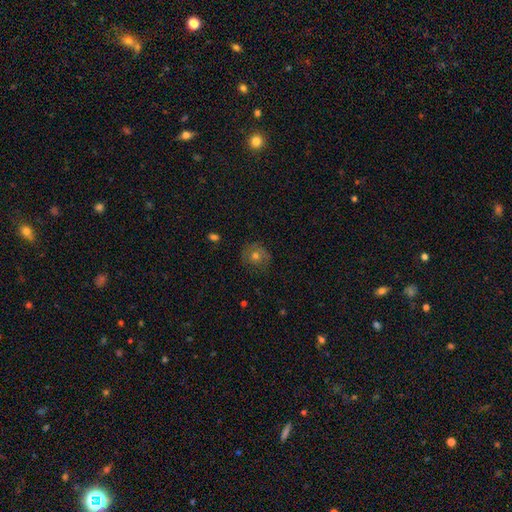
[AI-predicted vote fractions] This is possibly a smooth galaxy (54%). How rounded: clearly round (85%). Merging: likely none (76%).